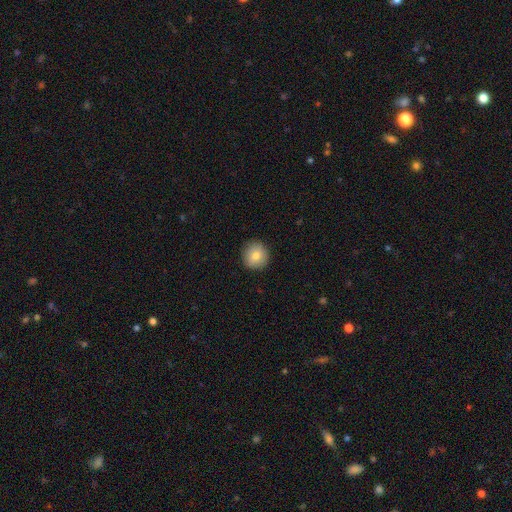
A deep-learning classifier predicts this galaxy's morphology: This appears to be a smooth galaxy with no disk features (81%) that is round (93%). Merging: none (90%).